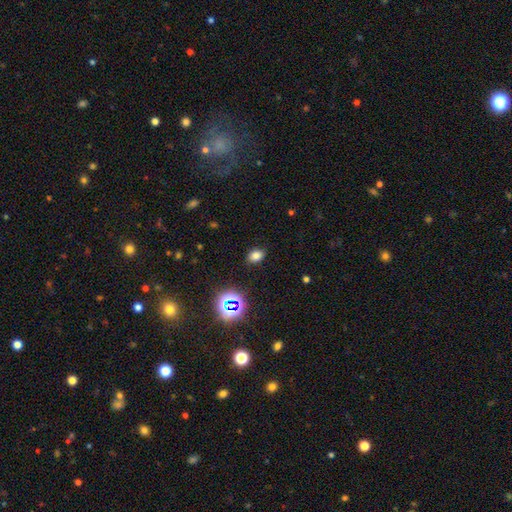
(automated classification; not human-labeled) Smooth or featured? Predicted: smooth (p=0.74). How rounded? Predicted: in between (p=0.71). Merging? Predicted: none (p=0.86).